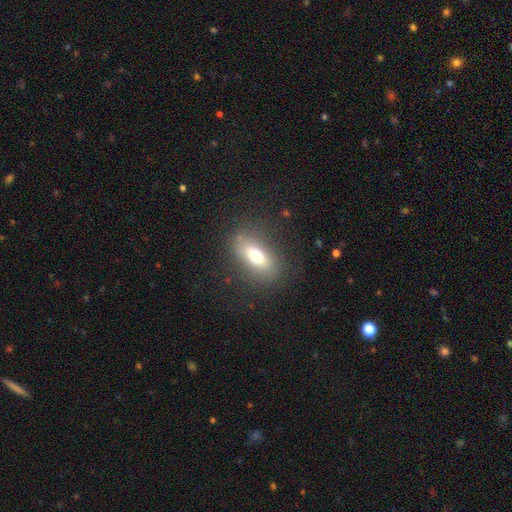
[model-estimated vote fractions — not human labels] This is likely a smooth galaxy (70%). How rounded: likely in between (79%). Merging: clearly none (81%).